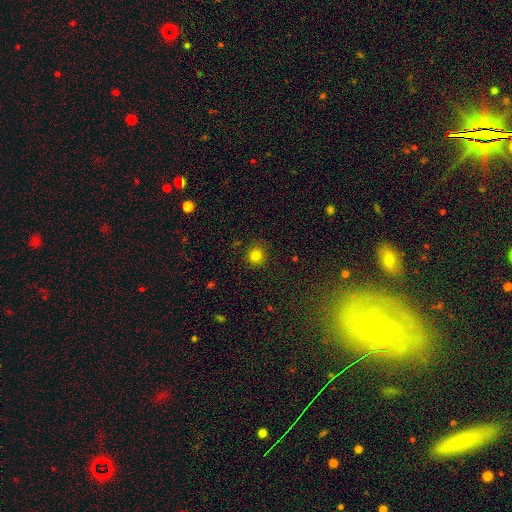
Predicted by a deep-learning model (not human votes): smooth 82%, star or artifact 13%, featured or disk 5%. Down the decision tree: how rounded — round (94%); merging — none (89%).